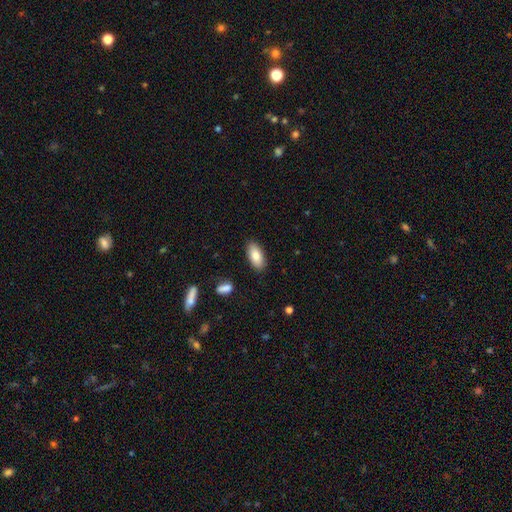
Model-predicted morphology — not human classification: This is clearly a smooth galaxy (82%). How rounded: clearly in between (88%). Merging: clearly none (87%).